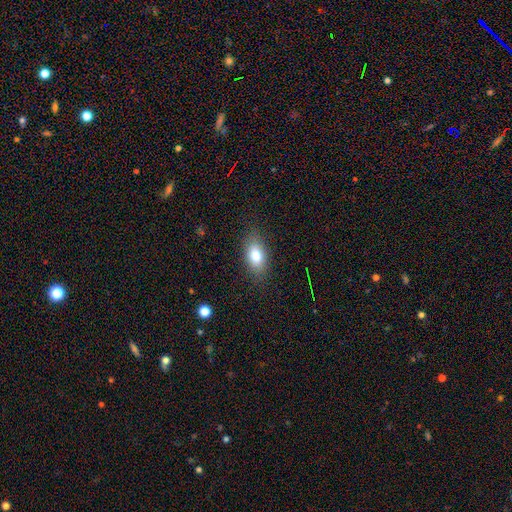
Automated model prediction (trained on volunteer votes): This is likely a smooth galaxy (80%). How rounded: clearly in between (87%). Merging: clearly none (84%).